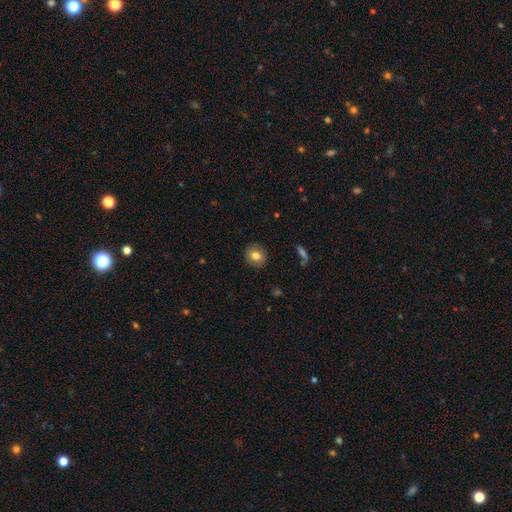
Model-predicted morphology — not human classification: Smooth or featured?
  - smooth: 78% *
  - featured or disk: 13%
  - star or artifact: 9%
How rounded?
  - round: 86% *
  - in between: 13%
  - cigar-shaped: 1%
Merging?
  - none: 90% *
  - minor disturbance: 7%
  - major disturbance: 2%
  - merger: 1%